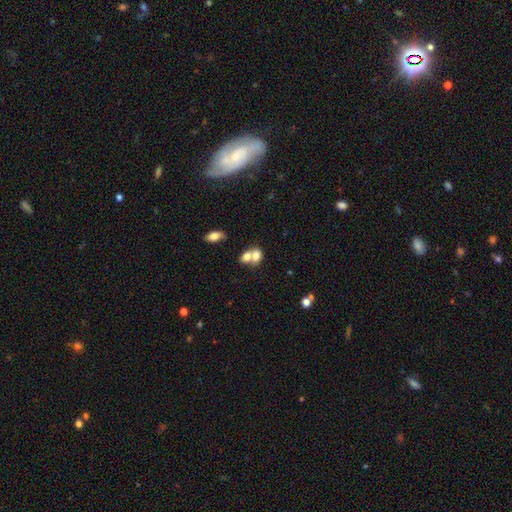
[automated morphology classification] Smooth or featured?
  - smooth: 73% *
  - featured or disk: 17%
  - star or artifact: 10%
How rounded?
  - in between: 72% *
  - round: 27%
  - cigar-shaped: 2%
Merging?
  - merger: 67% *
  - none: 22%
  - minor disturbance: 7%
  - major disturbance: 4%